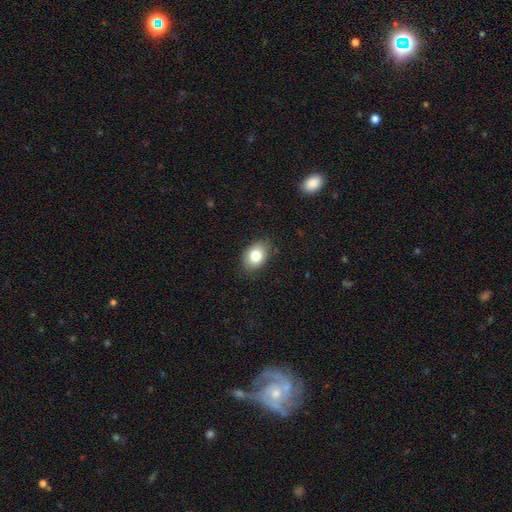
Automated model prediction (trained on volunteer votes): Overall: smooth (81%). How rounded: in between (76%). Merging: none (83%).